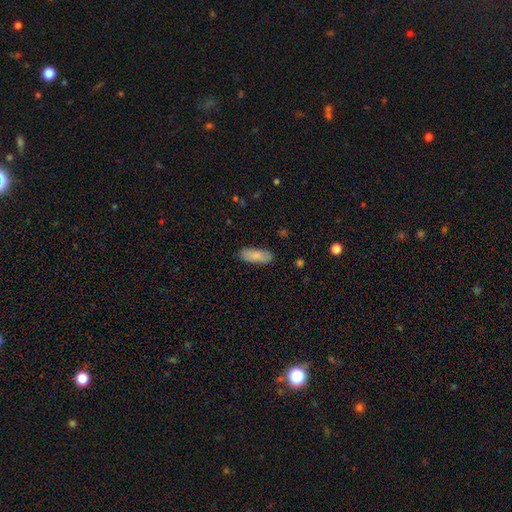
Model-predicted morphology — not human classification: smooth-or-featured: smooth: 85% | featured or disk: 9% | star or artifact: 6%
  how-rounded: in between: 72% | cigar-shaped: 26% | round: 2%
  merging: none: 86% | minor disturbance: 11% | major disturbance: 2% | merger: 1%